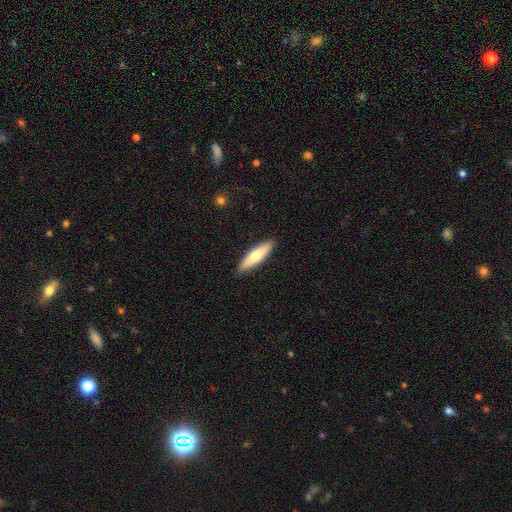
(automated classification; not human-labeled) smooth-or-featured: smooth: 64% | featured or disk: 31% | star or artifact: 5%
  how-rounded: cigar-shaped: 71% | in between: 27% | round: 2%
  merging: none: 90% | minor disturbance: 7% | major disturbance: 2% | merger: 1%